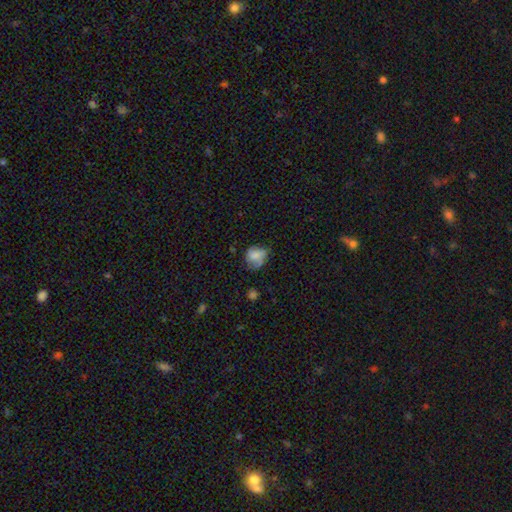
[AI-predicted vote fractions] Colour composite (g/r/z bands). It shows a smooth galaxy with no disk features (69%) that is round (58%). Merging: none (45%).